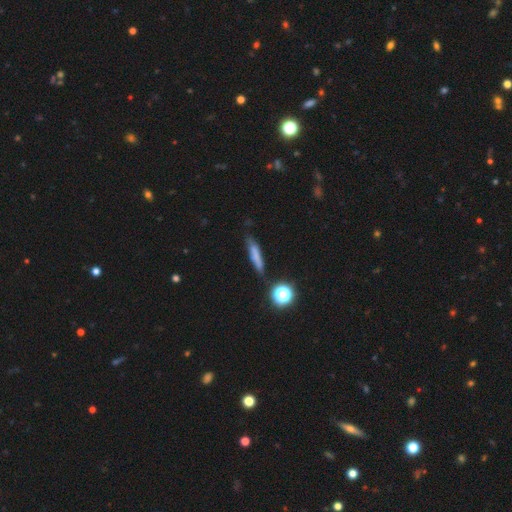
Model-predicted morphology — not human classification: This is likely a smooth galaxy (66%). How rounded: clearly cigar-shaped (80%). Merging: likely none (71%).